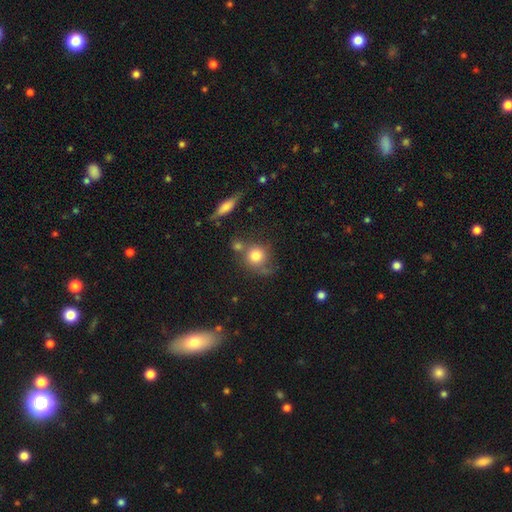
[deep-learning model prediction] The model was most divided on "merging": none: 52%, merger: 22%, minor disturbance: 17%, major disturbance: 8%. More confident: how rounded — round (85%); smooth or featured — smooth (78%).